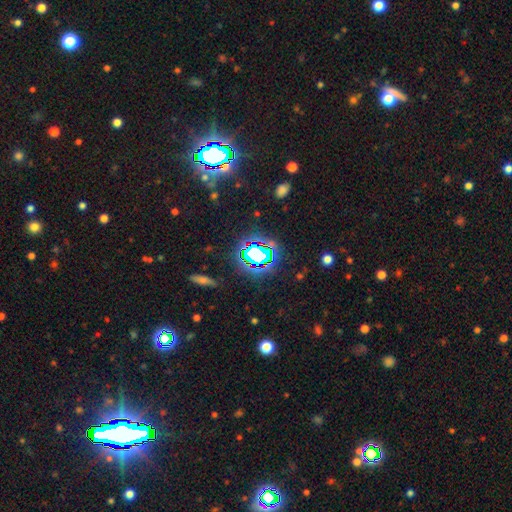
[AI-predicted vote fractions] This appears to be a star or artifact, not a galaxy (69%).